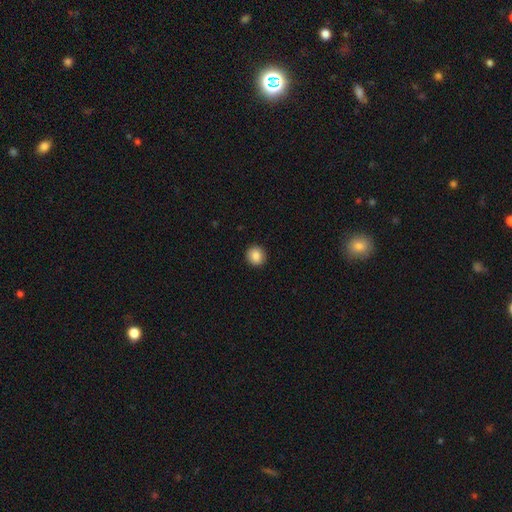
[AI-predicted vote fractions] Smooth or featured? smooth (86%)
How rounded? round (89%)
Merging? none (92%)